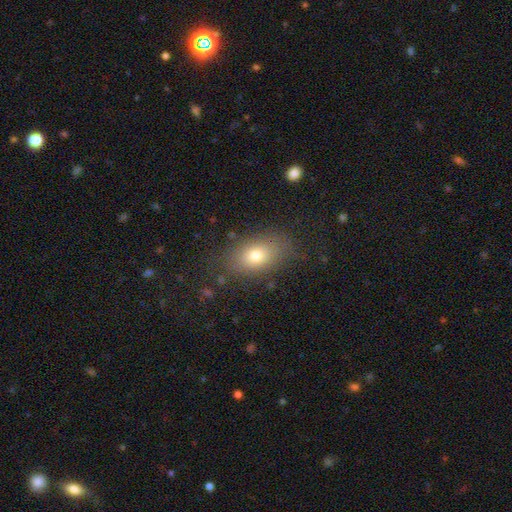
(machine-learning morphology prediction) This appears to be a smooth galaxy with no disk features (75%) that is in between round and cigar-shaped (84%). Merging: none (79%).